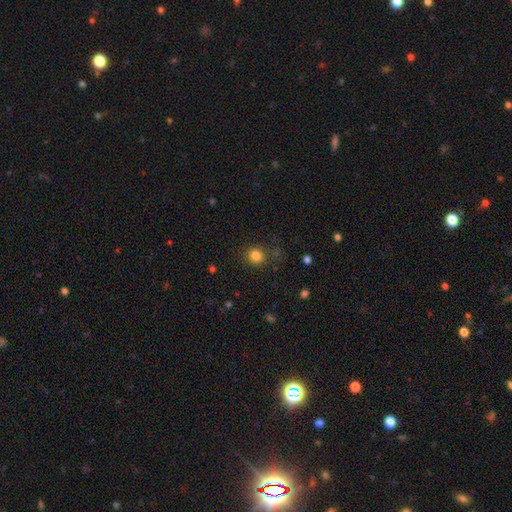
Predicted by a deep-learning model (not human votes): Q: Smooth or featured?
A: smooth (82%); runner-up: star or artifact (13%)
Q: How rounded?
A: round (88%); runner-up: in between (11%)
Q: Merging?
A: none (84%); runner-up: minor disturbance (10%)